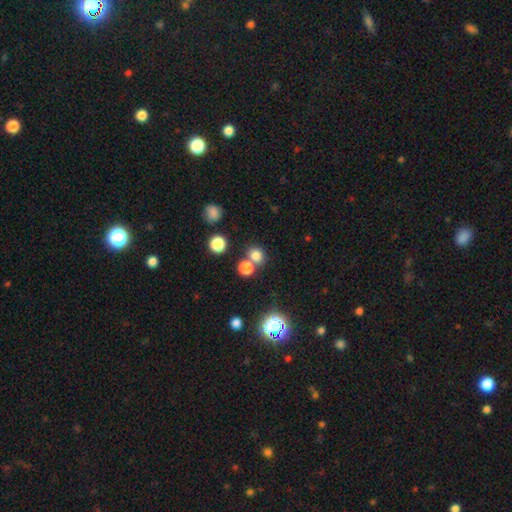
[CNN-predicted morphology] smooth 76%, star or artifact 18%, featured or disk 6%. Down the decision tree: how rounded — round (80%); merging — none (64%).